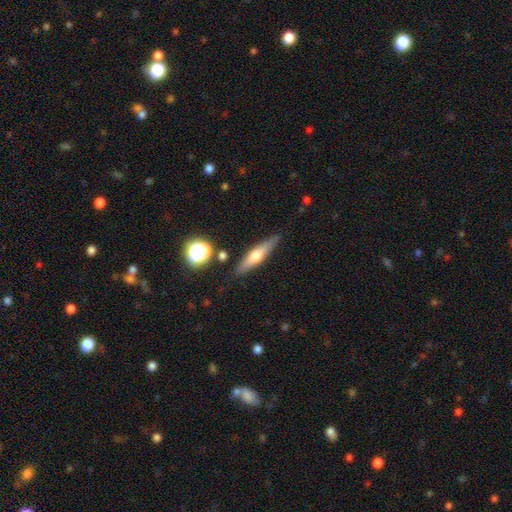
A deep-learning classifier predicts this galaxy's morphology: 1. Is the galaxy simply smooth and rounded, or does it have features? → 48% featured or disk, 45% smooth, 8% star or artifact.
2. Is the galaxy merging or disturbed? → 84% none, 10% minor disturbance, 3% merger, 2% major disturbance.